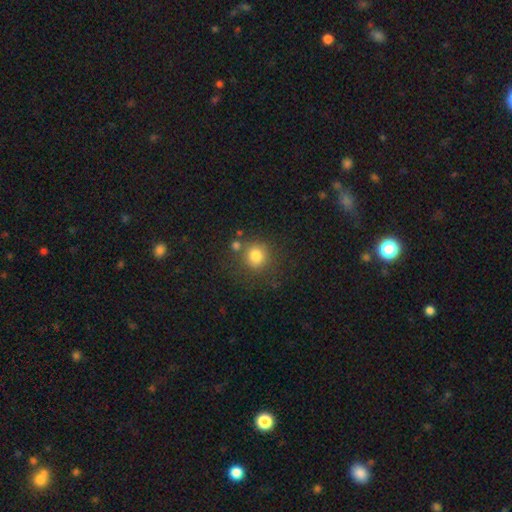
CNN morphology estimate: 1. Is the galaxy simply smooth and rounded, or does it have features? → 81% smooth, 12% star or artifact, 7% featured or disk.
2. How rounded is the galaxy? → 90% round, 10% in between, 1% cigar-shaped.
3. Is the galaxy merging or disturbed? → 73% none, 12% minor disturbance, 11% merger, 5% major disturbance.